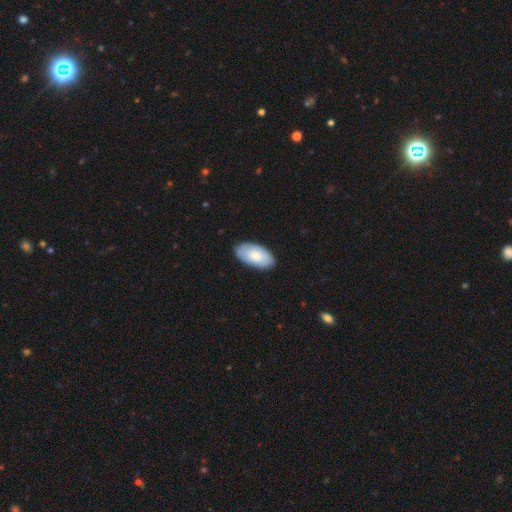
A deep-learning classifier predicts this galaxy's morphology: A smooth galaxy with no disk features (78%) that is in between round and cigar-shaped (96%). Merging: none (84%).